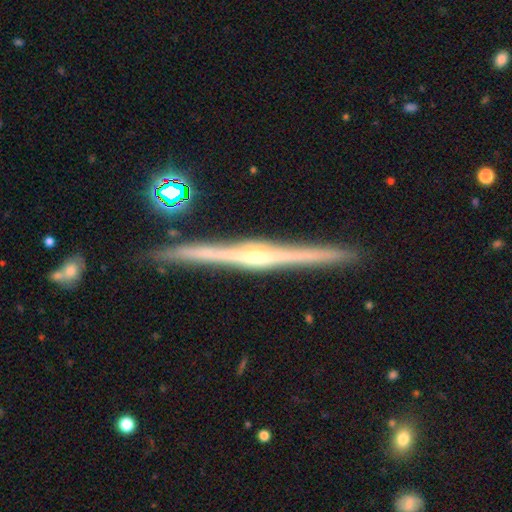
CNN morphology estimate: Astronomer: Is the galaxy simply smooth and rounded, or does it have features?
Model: featured or disk — 88%.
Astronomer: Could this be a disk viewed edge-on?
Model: yes — 99%.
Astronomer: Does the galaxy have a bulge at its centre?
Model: rounded — 74%.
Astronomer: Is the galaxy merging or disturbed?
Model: none — 91%.